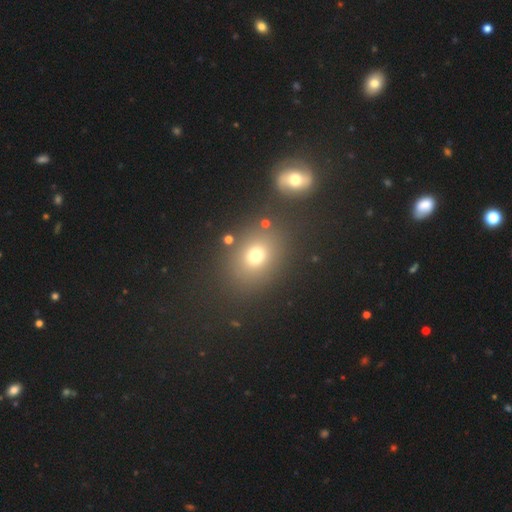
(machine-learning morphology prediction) smooth_or_featured: smooth (p=0.72) [alt: star or artifact p=0.17]
how_rounded: round (p=0.53) [alt: in between p=0.45]
merging: none (p=0.77) [alt: minor disturbance p=0.10]